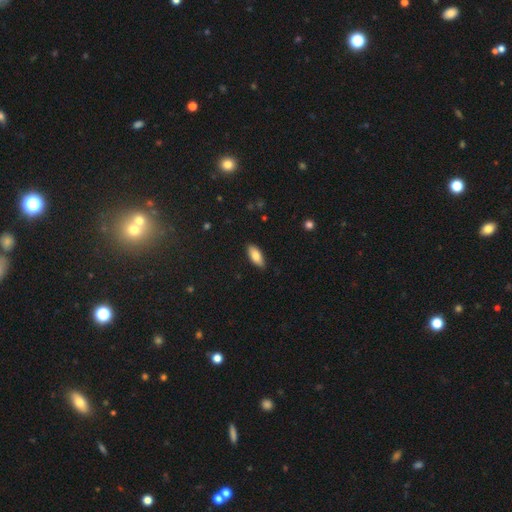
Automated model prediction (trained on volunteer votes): Smooth or featured: smooth — 81% (featured or disk — 13%)
How rounded: in between — 83% (cigar-shaped — 15%)
Merging: none — 86% (minor disturbance — 11%)